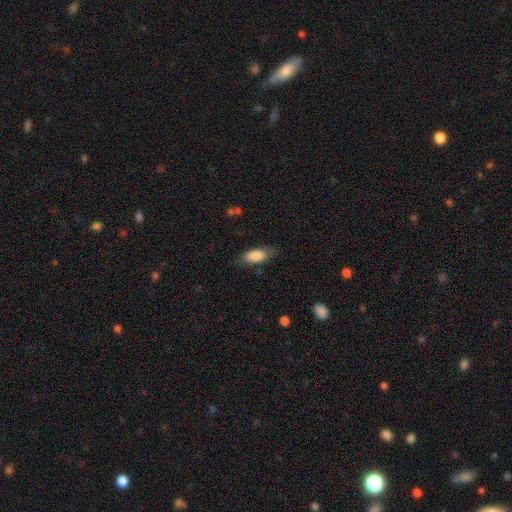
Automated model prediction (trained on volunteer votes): smooth_or_featured: smooth (p=0.82) [alt: featured or disk p=0.11]
how_rounded: in between (p=0.85) [alt: cigar-shaped p=0.13]
merging: none (p=0.72) [alt: minor disturbance p=0.20]